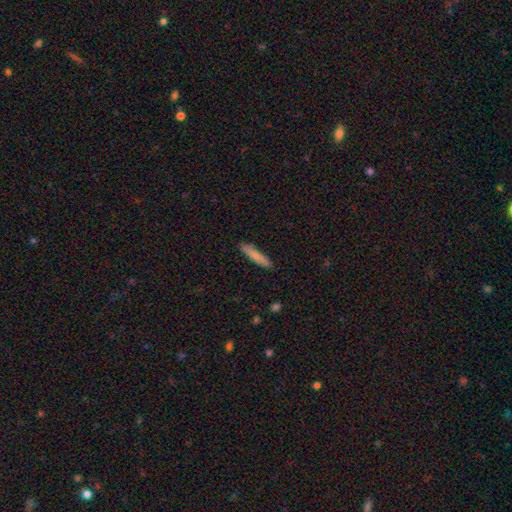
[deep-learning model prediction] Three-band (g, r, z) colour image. It shows a smooth galaxy with no disk features (80%) that is cigar-shaped (89%). Merging: none (87%).